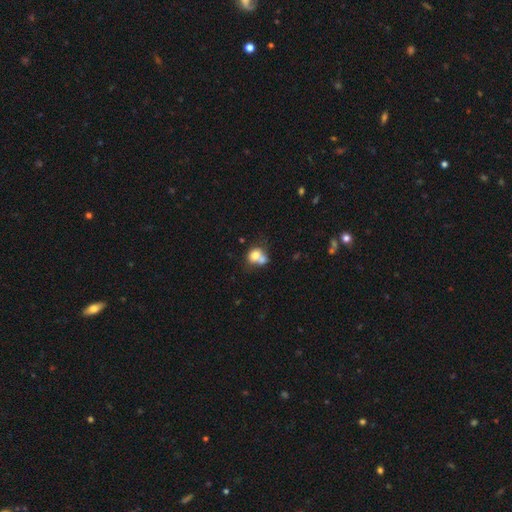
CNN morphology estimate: Overall: smooth (73%). How rounded: round (65%; in between 34%). Merging: merger (54%; none 29%).